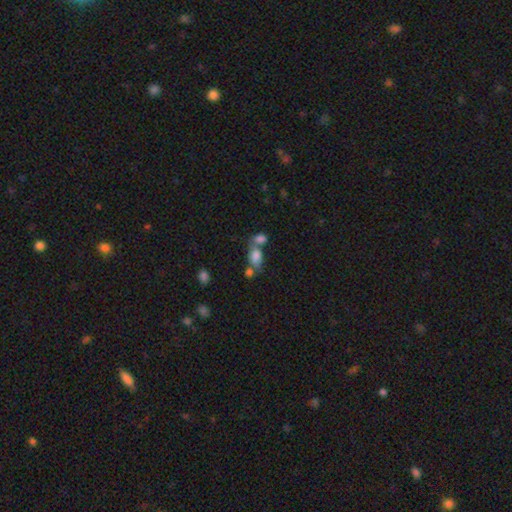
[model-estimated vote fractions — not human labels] A smooth galaxy with no disk features (78%) that is in between round and cigar-shaped (83%). Merging: merger (50%).